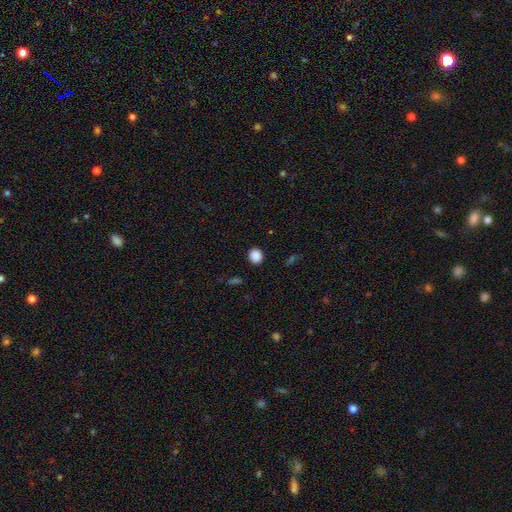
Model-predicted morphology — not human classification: Smooth or featured? Predicted: smooth (p=0.88). How rounded? Predicted: round (p=0.74). Merging? Predicted: none (p=0.90).